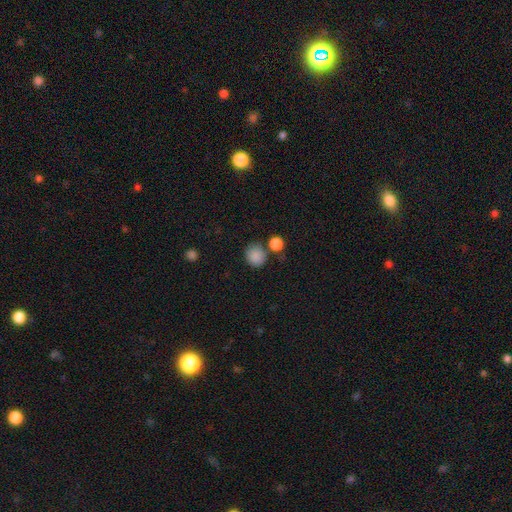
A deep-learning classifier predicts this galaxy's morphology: A smooth galaxy with no disk features (87%) that is round (83%). Merging: none (72%).